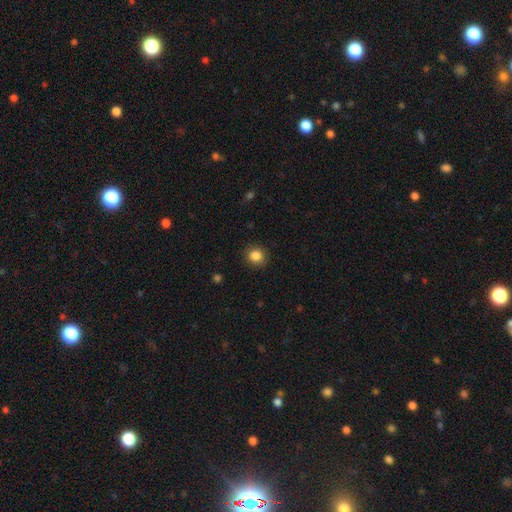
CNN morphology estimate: smooth-or-featured: smooth: 85% | star or artifact: 10% | featured or disk: 4%
  how-rounded: round: 85% | in between: 14% | cigar-shaped: 1%
  merging: none: 88% | minor disturbance: 8% | major disturbance: 2% | merger: 1%